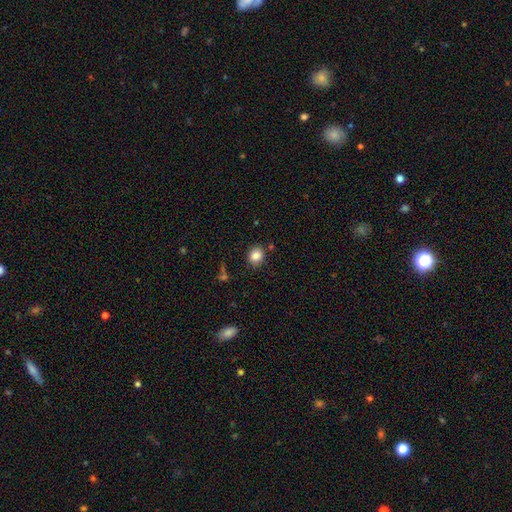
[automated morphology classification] type=smooth (85%); roundness=round (69%); merging=none (82%).